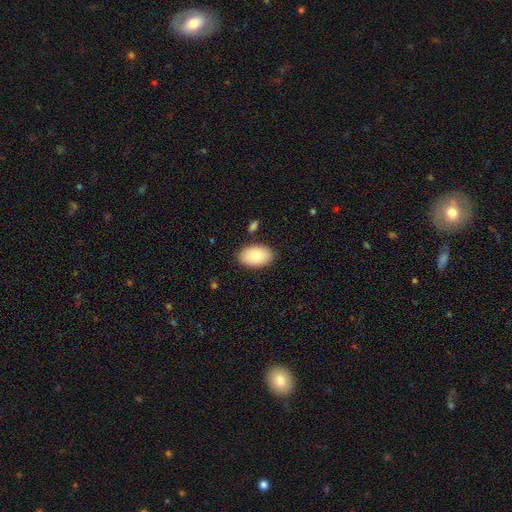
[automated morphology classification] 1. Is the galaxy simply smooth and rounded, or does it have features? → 81% smooth, 13% featured or disk, 6% star or artifact.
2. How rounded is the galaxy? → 94% in between, 5% round, 1% cigar-shaped.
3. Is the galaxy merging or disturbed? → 86% none, 10% minor disturbance, 2% merger, 2% major disturbance.